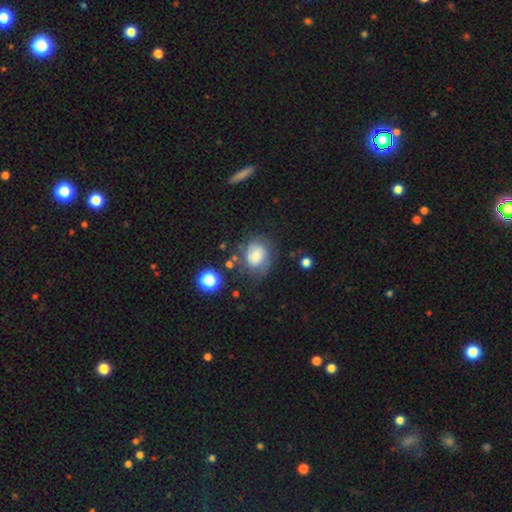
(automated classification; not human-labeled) A smooth galaxy with no disk features (60%) that is round (54%).

Vote fractions:
- Smooth or featured? smooth: 60% / featured or disk: 30% / star or artifact: 10%
- How rounded? round: 54% / in between: 45% / cigar-shaped: 1%
- Merging? none: 53% / minor disturbance: 26% / major disturbance: 16% / merger: 5%